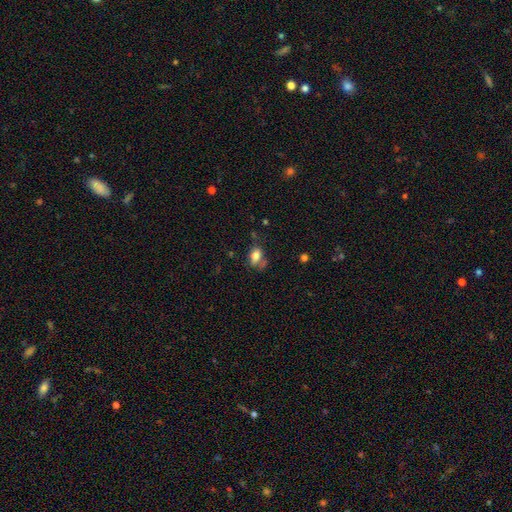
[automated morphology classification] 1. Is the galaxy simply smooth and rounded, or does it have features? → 77% smooth, 13% featured or disk, 11% star or artifact.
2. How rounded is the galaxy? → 82% in between, 15% round, 2% cigar-shaped.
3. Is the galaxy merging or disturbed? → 49% none, 25% minor disturbance, 14% merger, 12% major disturbance.